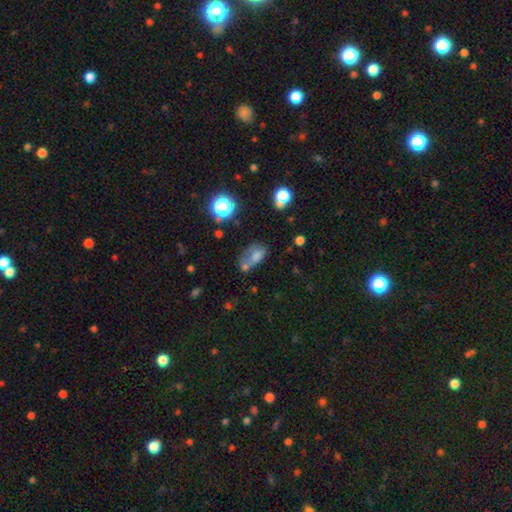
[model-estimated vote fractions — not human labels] Morphology: type=smooth (63%); roundness=in between (81%); merging=merger (34%).